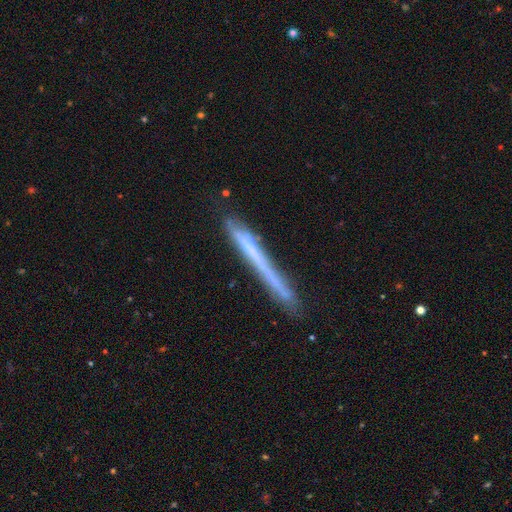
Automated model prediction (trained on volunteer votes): Overall: featured or disk (51%; smooth 41%). Edge-on disk: yes (92%). Merging: none (69%).